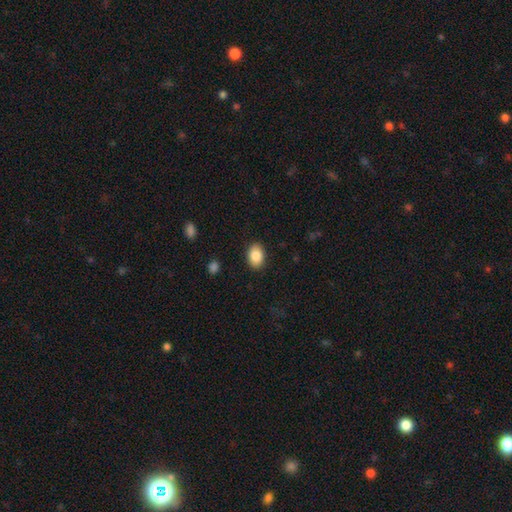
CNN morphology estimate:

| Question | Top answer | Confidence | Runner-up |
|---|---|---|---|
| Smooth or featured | smooth | 86% | star or artifact (7%) |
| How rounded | in between | 83% | round (16%) |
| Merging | none | 89% | minor disturbance (8%) |